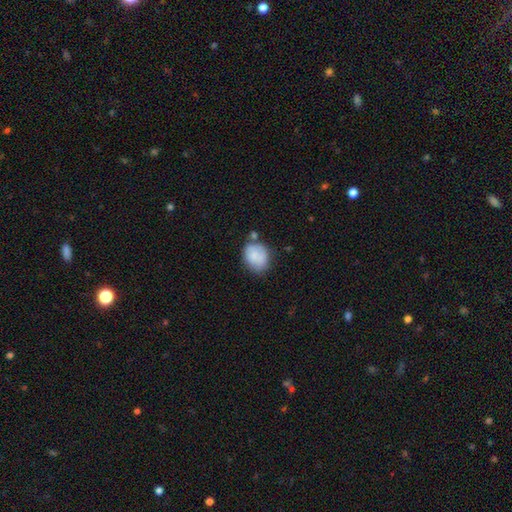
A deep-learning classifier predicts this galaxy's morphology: Smooth or featured? Predicted: smooth (p=0.81). How rounded? Predicted: in between (p=0.51). Merging? Predicted: none (p=0.54).